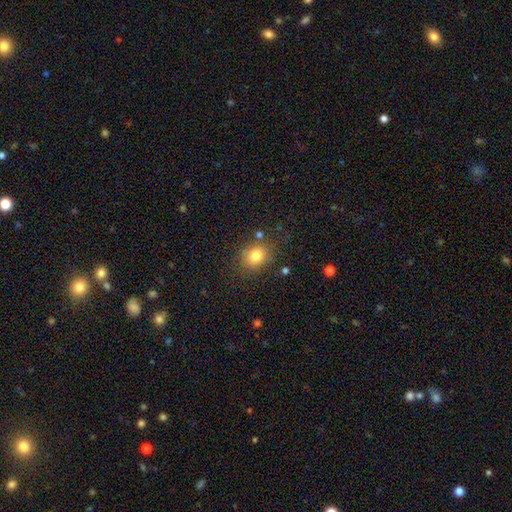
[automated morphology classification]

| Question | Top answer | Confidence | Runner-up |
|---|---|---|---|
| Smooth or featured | smooth | 81% | star or artifact (11%) |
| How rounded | round | 64% | in between (35%) |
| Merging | none | 79% | minor disturbance (13%) |